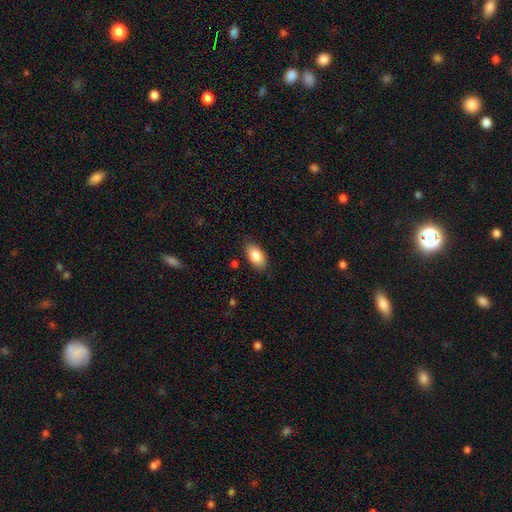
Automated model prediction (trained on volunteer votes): Q: Smooth or featured?
A: smooth (85%); runner-up: featured or disk (8%)
Q: How rounded?
A: in between (93%); runner-up: round (4%)
Q: Merging?
A: none (82%); runner-up: minor disturbance (14%)